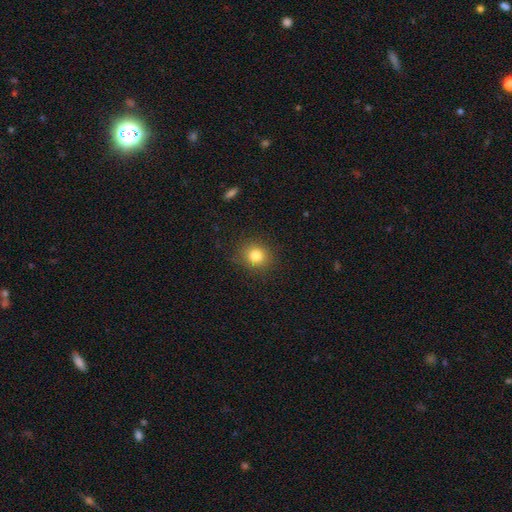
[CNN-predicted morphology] smooth_or_featured: smooth (p=0.81) [alt: star or artifact p=0.12]
how_rounded: round (p=0.82) [alt: in between p=0.17]
merging: none (p=0.88) [alt: minor disturbance p=0.08]